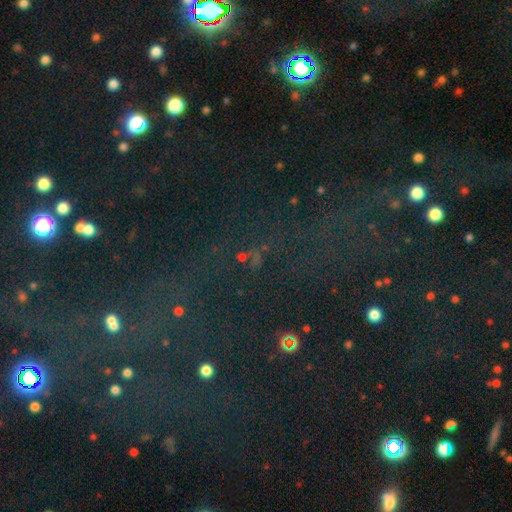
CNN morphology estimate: This is likely a star or artifact rather than a galaxy (72%).